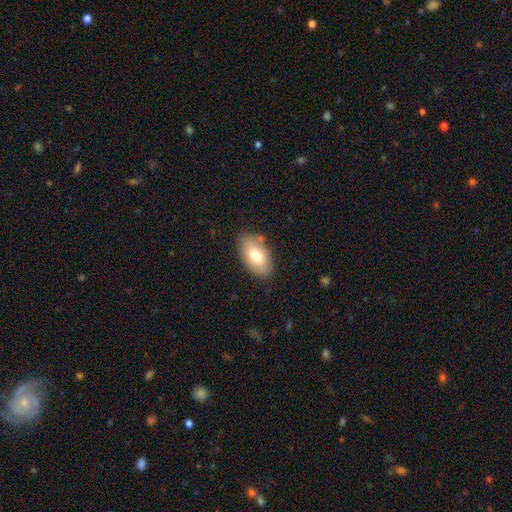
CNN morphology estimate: Smooth or featured? Predicted: smooth (p=0.76). How rounded? Predicted: in between (p=0.93). Merging? Predicted: none (p=0.81).